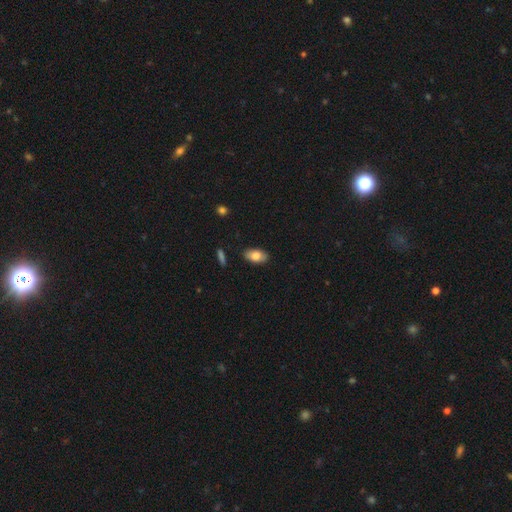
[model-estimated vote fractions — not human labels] A smooth galaxy with no disk features (79%) that is in between round and cigar-shaped (93%). Merging: none (87%).